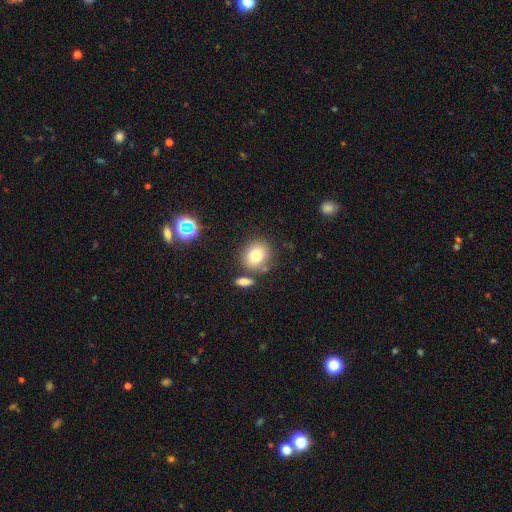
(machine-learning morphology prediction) smooth 78%, featured or disk 11%, star or artifact 11%. Down the decision tree: how rounded — round (66%); merging — none (71%).